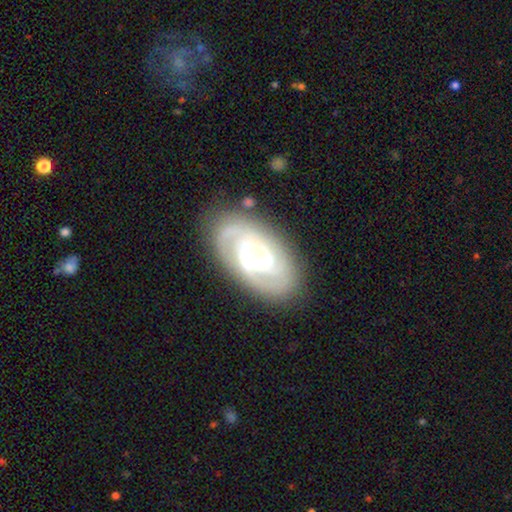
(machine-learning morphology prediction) This is clearly a featured or disk galaxy (85%). It is clearly not viewed edge-on (96%). Bar: possibly no (51%). Spiral arm pattern: clearly yes (95%). Spiral arm count: marginally 2 (37%). Spiral winding: likely tight (63%). Central bulge: possibly moderate (60%). Merging: clearly none (81%).